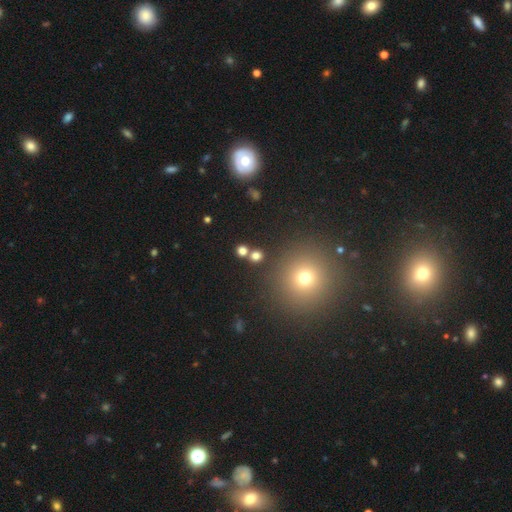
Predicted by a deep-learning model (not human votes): Smooth or featured: smooth — 72% (star or artifact — 20%)
How rounded: round — 83% (in between — 15%)
Merging: none — 75% (merger — 16%)